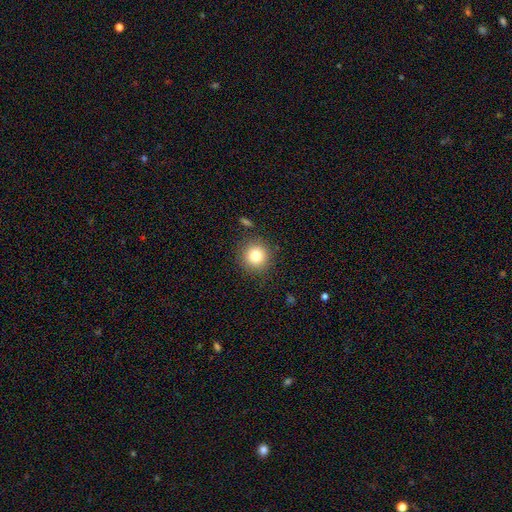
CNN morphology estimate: A smooth galaxy with no disk features (81%) that is round (94%). Merging: none (87%).